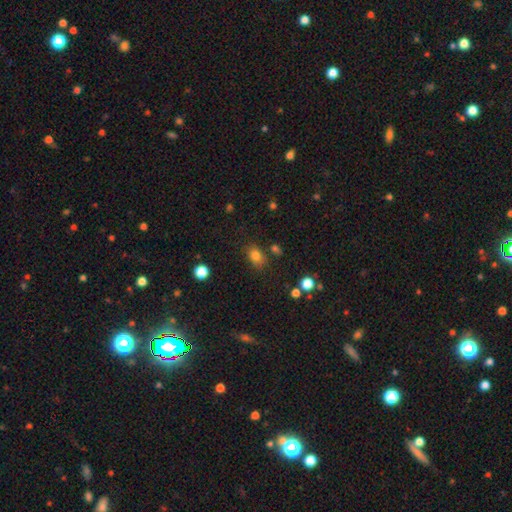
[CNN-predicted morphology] A smooth galaxy with no disk features (81%) that is in between round and cigar-shaped (70%). Merging: none (75%).